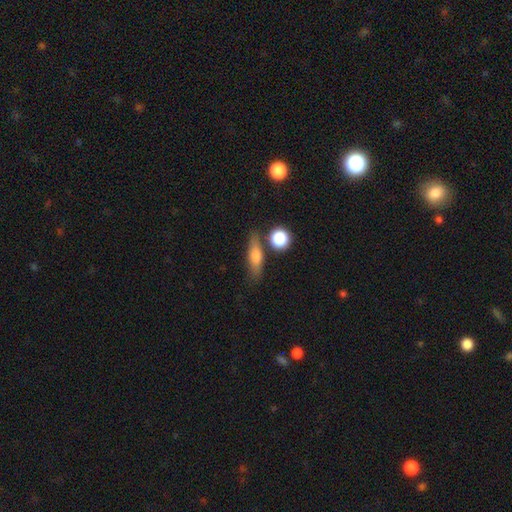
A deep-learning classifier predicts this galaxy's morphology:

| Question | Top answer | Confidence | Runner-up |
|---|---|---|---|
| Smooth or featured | smooth | 62% | featured or disk (29%) |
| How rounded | cigar-shaped | 52% | in between (37%) |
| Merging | none | 71% | minor disturbance (15%) |